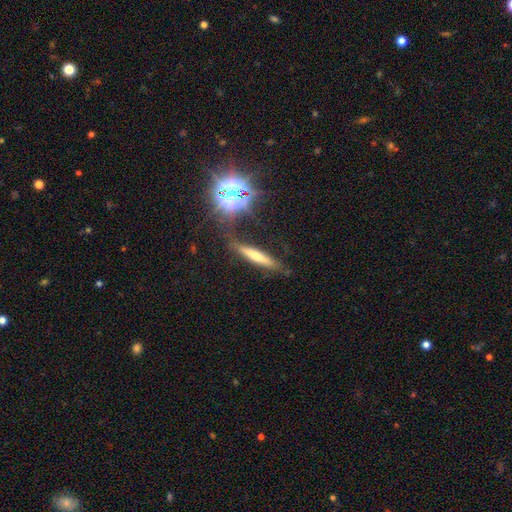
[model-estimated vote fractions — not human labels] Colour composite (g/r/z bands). It shows a smooth galaxy with no disk features (40%). Merging: none (79%).